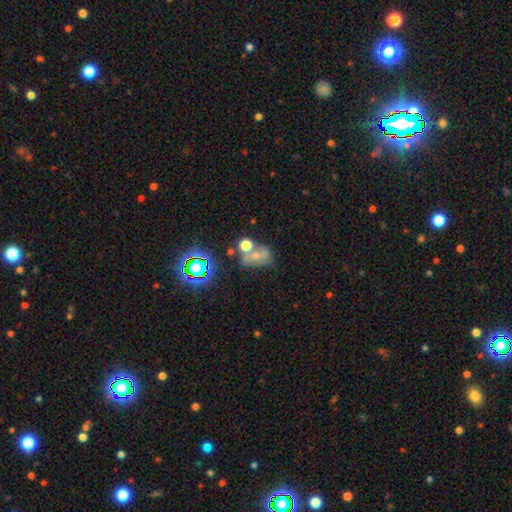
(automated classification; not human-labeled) Smooth or featured?
  - smooth: 48% *
  - star or artifact: 28%
  - featured or disk: 24%
Merging?
  - none: 38% *
  - merger: 36%
  - minor disturbance: 16%
  - major disturbance: 10%